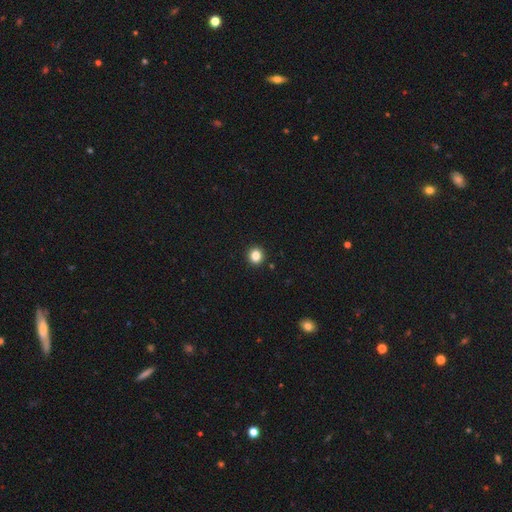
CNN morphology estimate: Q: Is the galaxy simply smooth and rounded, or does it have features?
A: smooth — 84%.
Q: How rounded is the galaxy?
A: round — 89%.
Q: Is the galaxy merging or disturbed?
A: none — 93%.